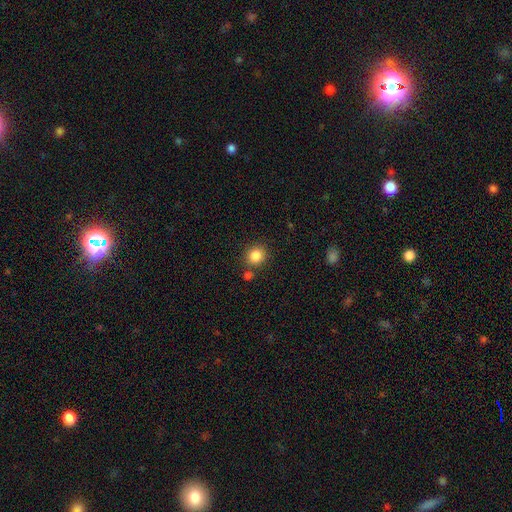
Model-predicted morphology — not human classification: This appears to be a smooth galaxy with no disk features (85%) that is round (85%). Merging: none (80%).